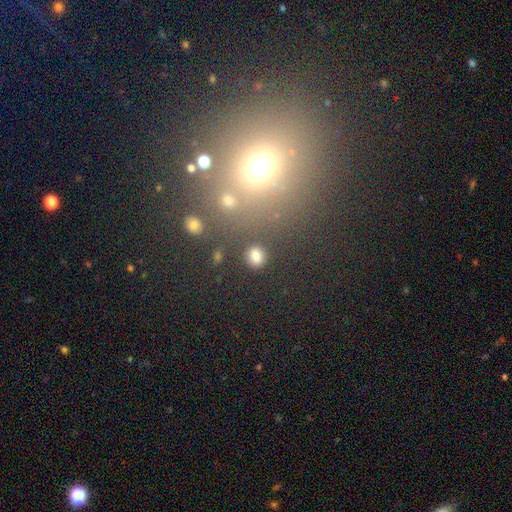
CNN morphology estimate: smooth 78%, star or artifact 15%, featured or disk 7%. Down the decision tree: how rounded — round (62%); merging — none (81%).